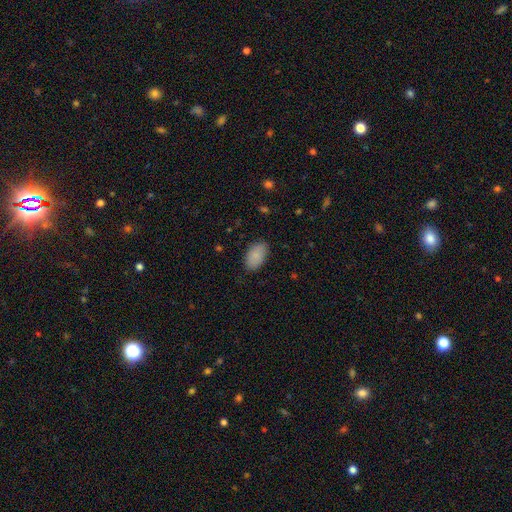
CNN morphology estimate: Smooth or featured: smooth — 88% (star or artifact — 7%)
How rounded: in between — 94% (round — 5%)
Merging: none — 84% (minor disturbance — 12%)